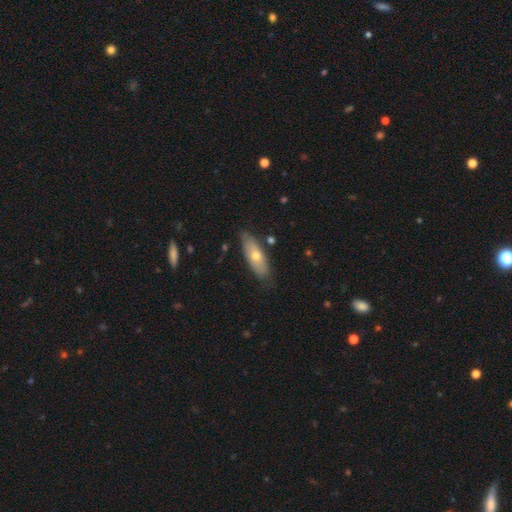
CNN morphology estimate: The model was most divided on "smooth or featured": smooth: 61%, featured or disk: 33%, star or artifact: 6%. More confident: merging — none (78%); how rounded — in between (65%).